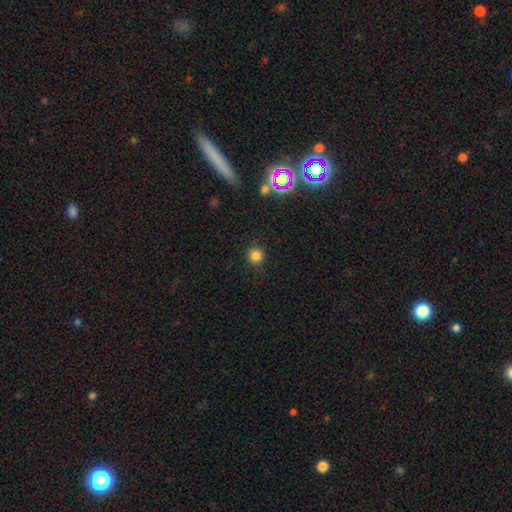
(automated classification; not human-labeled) Smooth or featured? smooth (81%)
How rounded? round (94%)
Merging? none (89%)